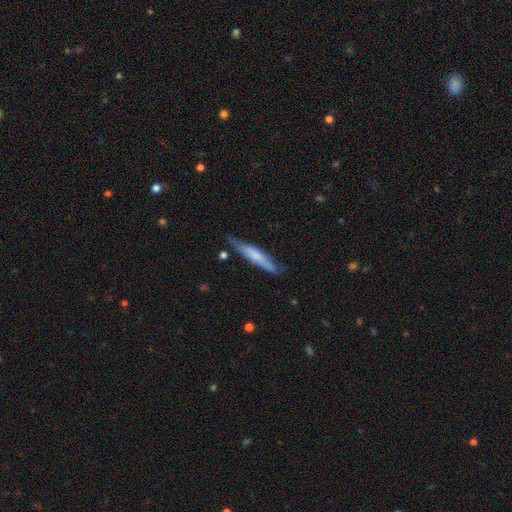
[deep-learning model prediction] This is likely a smooth galaxy (60%). How rounded: clearly cigar-shaped (90%). Merging: likely none (69%).